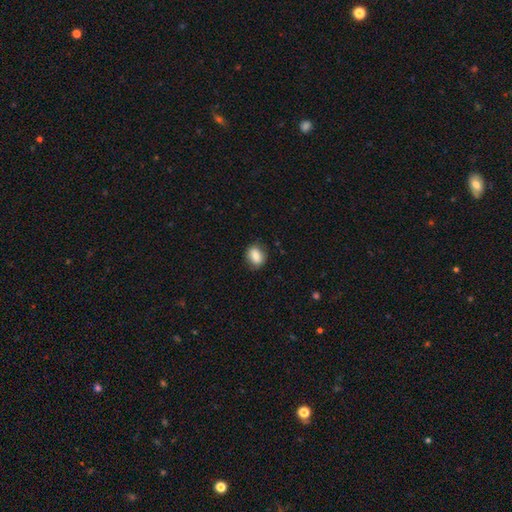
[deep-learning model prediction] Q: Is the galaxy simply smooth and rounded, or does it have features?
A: smooth — 82%.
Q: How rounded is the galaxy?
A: in between — 60%.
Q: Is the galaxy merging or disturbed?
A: none — 80%.